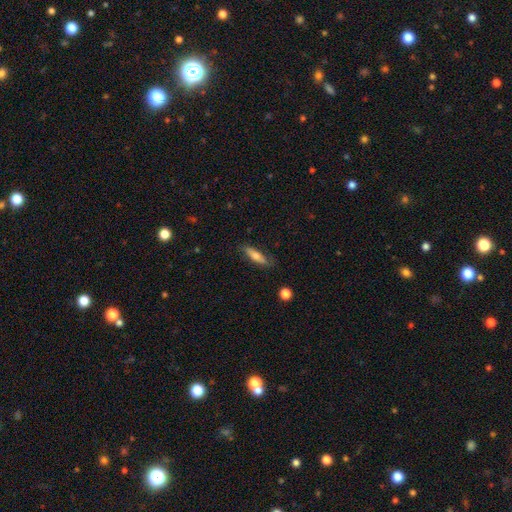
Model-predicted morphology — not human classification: Q: Smooth or featured?
A: smooth (62%); runner-up: featured or disk (31%)
Q: How rounded?
A: cigar-shaped (68%); runner-up: in between (30%)
Q: Merging?
A: none (79%); runner-up: minor disturbance (16%)